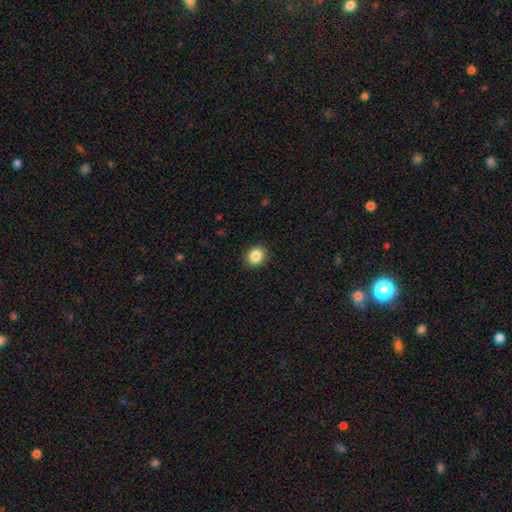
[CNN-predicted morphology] This appears to be a smooth galaxy with no disk features (86%) that is round (68%). Merging: none (89%).